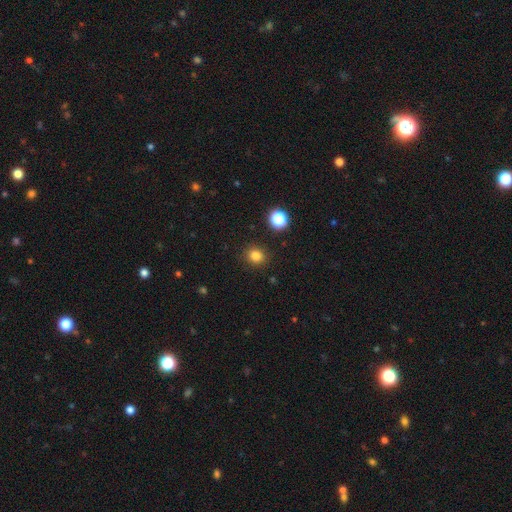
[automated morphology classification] Smooth or featured? smooth (82%)
How rounded? round (79%)
Merging? none (89%)